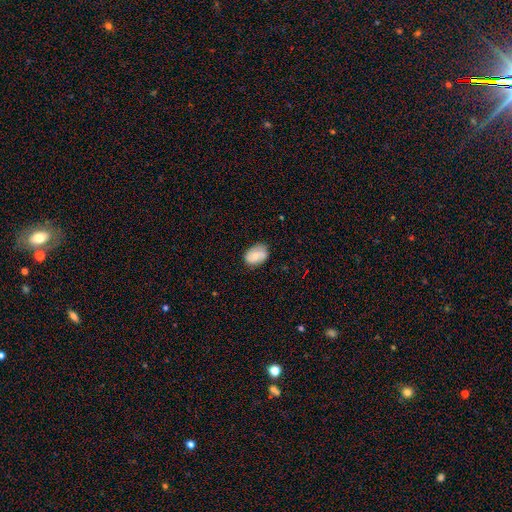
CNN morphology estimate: smooth-or-featured: smooth: 67% | featured or disk: 26% | star or artifact: 7%
  how-rounded: in between: 79% | round: 20% | cigar-shaped: 1%
  merging: none: 75% | minor disturbance: 20% | major disturbance: 4% | merger: 1%